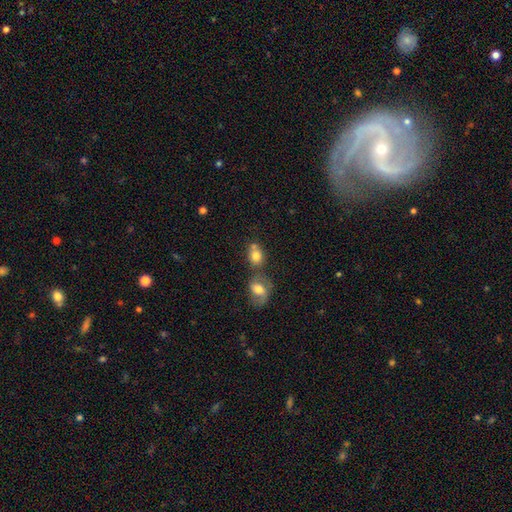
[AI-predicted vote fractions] A smooth galaxy with no disk features (77%) that is round (61%).

Vote fractions:
- Smooth or featured? smooth: 77% / featured or disk: 13% / star or artifact: 10%
- How rounded? round: 61% / in between: 38% / cigar-shaped: 1%
- Merging? merger: 43% / none: 41% / minor disturbance: 12% / major disturbance: 5%